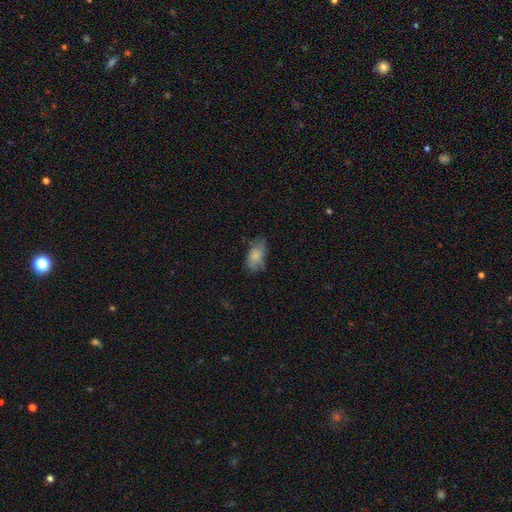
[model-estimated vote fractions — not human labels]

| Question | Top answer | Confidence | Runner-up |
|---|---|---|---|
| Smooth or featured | smooth | 77% | featured or disk (14%) |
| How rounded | in between | 92% | round (5%) |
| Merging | none | 55% | minor disturbance (31%) |